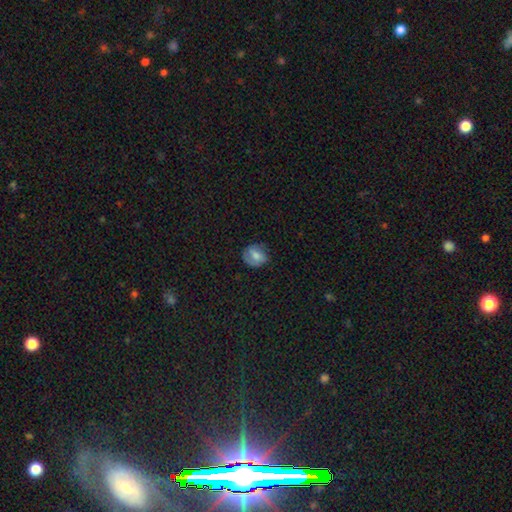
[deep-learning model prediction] Overall: smooth (63%; featured or disk 29%). How rounded: round (64%; in between 34%). Merging: none (69%).